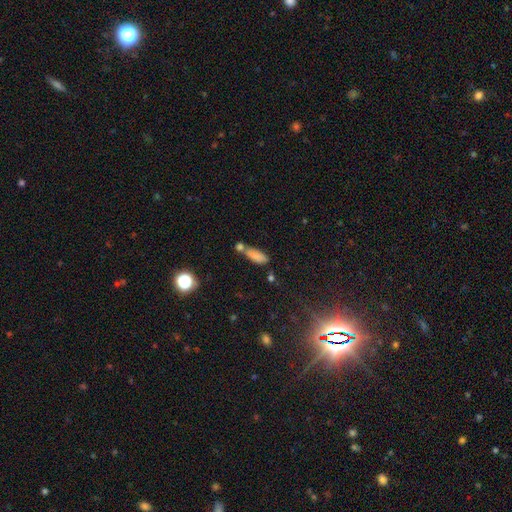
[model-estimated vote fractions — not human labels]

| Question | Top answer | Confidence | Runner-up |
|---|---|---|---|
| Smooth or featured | smooth | 80% | star or artifact (11%) |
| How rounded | in between | 64% | cigar-shaped (33%) |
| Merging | none | 46% | merger (35%) |